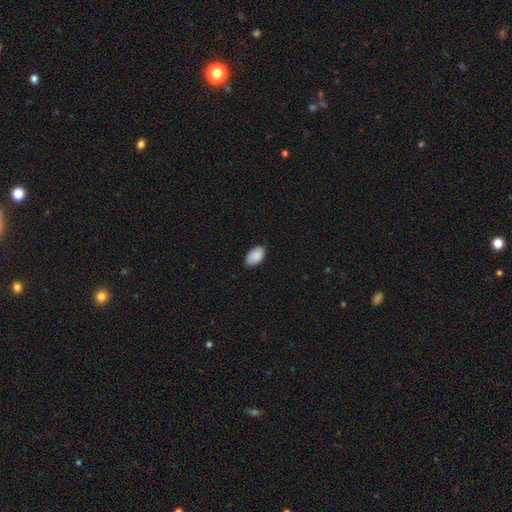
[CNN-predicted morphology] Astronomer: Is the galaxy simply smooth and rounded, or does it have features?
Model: smooth — 89%.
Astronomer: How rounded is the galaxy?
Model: in between — 94%.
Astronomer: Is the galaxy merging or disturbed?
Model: none — 83%.